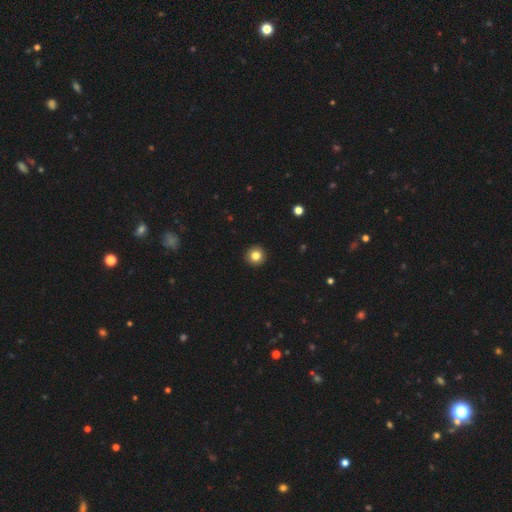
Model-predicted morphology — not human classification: Overall: smooth (83%). How rounded: round (95%). Merging: none (93%).